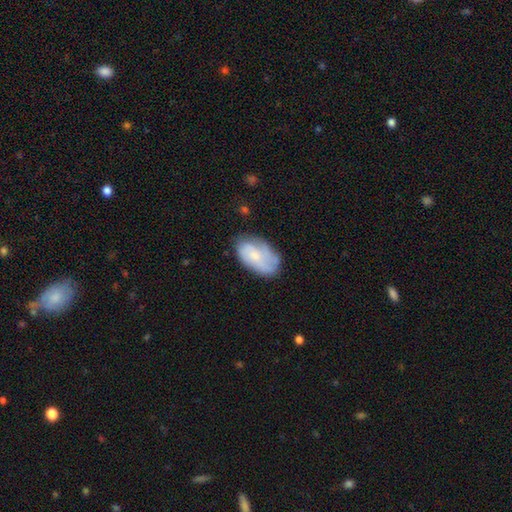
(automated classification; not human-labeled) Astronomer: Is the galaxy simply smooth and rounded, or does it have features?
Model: smooth — 49% (runner-up: featured or disk, 43%).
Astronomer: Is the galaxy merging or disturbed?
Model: none — 61%.